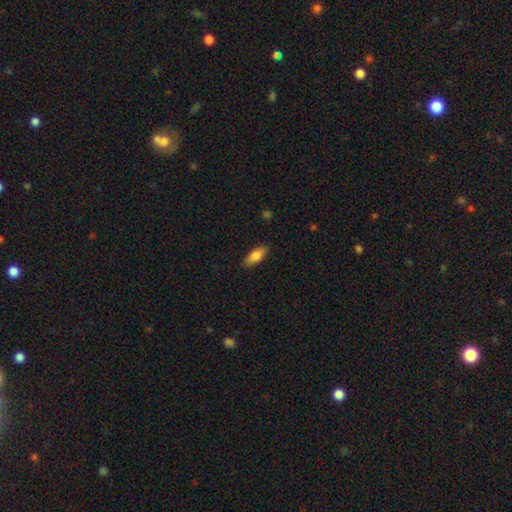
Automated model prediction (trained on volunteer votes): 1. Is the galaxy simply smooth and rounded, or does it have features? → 80% smooth, 13% featured or disk, 7% star or artifact.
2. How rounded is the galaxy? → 79% in between, 18% cigar-shaped, 2% round.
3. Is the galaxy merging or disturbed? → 86% none, 11% minor disturbance, 2% major disturbance, 1% merger.